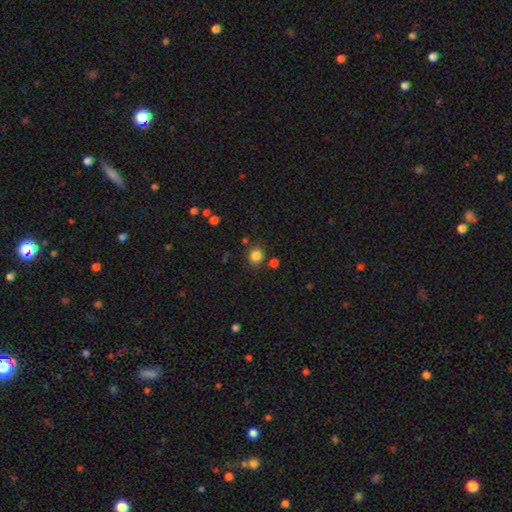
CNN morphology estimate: Smooth or featured: smooth — 83% (star or artifact — 12%)
How rounded: round — 75% (in between — 24%)
Merging: none — 78% (minor disturbance — 12%)